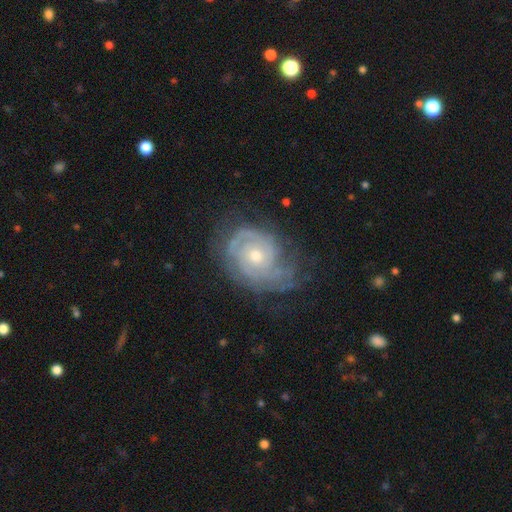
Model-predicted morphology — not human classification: smooth-or-featured: featured or disk: 84% | smooth: 10% | star or artifact: 6%
  disk-edge-on: no: 97% | yes: 3%
    bar: no: 79% | weak: 18% | strong: 3%
    has-spiral-arms: yes: 94% | no: 6%
      spiral-winding: tight: 70% | medium: 24% | loose: 6%
      spiral-arm-count: can't tell: 36% | 2: 28% | 3: 18% | 4: 7% | 1: 6% | more than 4: 5%
    bulge-size: moderate: 50% | small: 46% | large: 2% | none: 1% | dominant: 1%
  merging: none: 61% | minor disturbance: 24% | major disturbance: 14% | merger: 2%